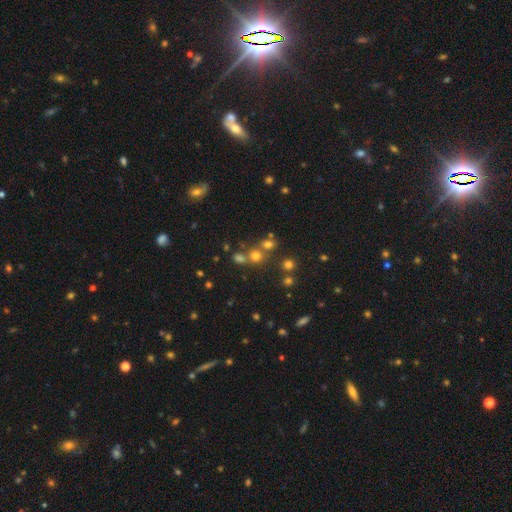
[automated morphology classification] Q: Smooth or featured?
A: smooth (56%); runner-up: star or artifact (32%)
Q: How rounded?
A: round (87%); runner-up: in between (12%)
Q: Merging?
A: none (62%); runner-up: merger (27%)